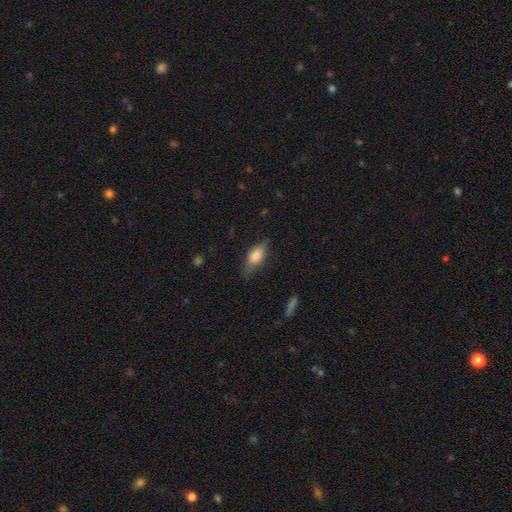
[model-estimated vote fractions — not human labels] Smooth or featured?
  - smooth: 74% *
  - featured or disk: 19%
  - star or artifact: 7%
How rounded?
  - in between: 79% *
  - cigar-shaped: 17%
  - round: 4%
Merging?
  - none: 67% *
  - minor disturbance: 25%
  - major disturbance: 6%
  - merger: 1%